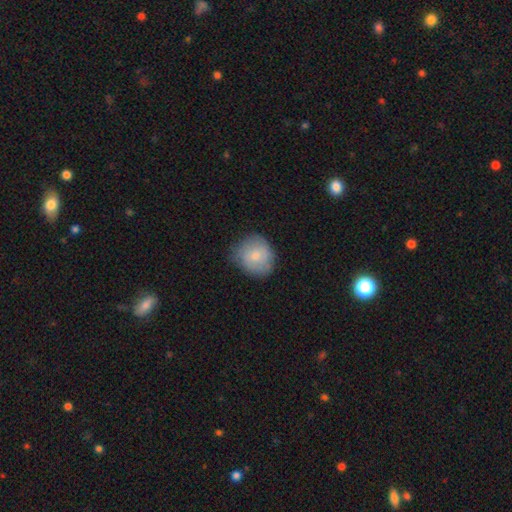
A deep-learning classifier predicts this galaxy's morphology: The model was most divided on "merging": none: 66%, minor disturbance: 27%, major disturbance: 6%, merger: 1%. More confident: how rounded — round (77%); smooth or featured — smooth (72%).